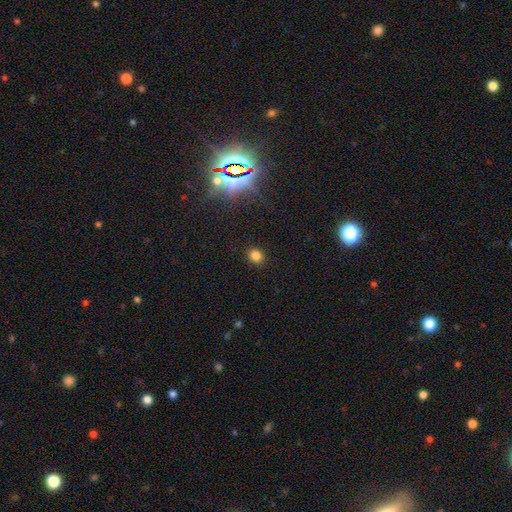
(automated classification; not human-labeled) A smooth galaxy with no disk features (80%) that is round (65%).

Vote fractions:
- Smooth or featured? smooth: 80% / star or artifact: 15% / featured or disk: 5%
- How rounded? round: 65% / in between: 34% / cigar-shaped: 1%
- Merging? none: 89% / minor disturbance: 7% / major disturbance: 2% / merger: 1%